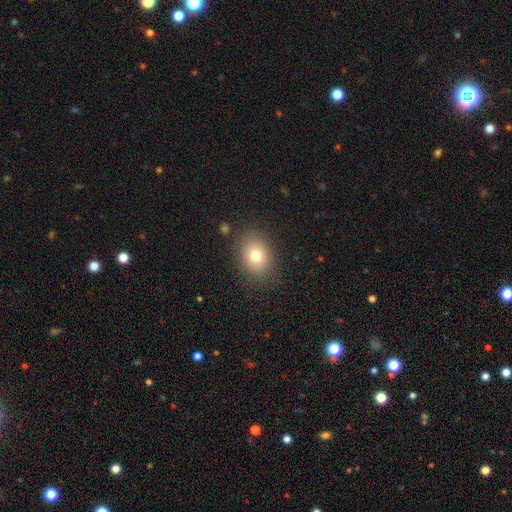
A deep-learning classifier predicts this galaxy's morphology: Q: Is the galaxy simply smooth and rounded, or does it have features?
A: smooth — 79%.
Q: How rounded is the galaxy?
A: in between — 65%.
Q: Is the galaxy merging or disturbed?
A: none — 85%.